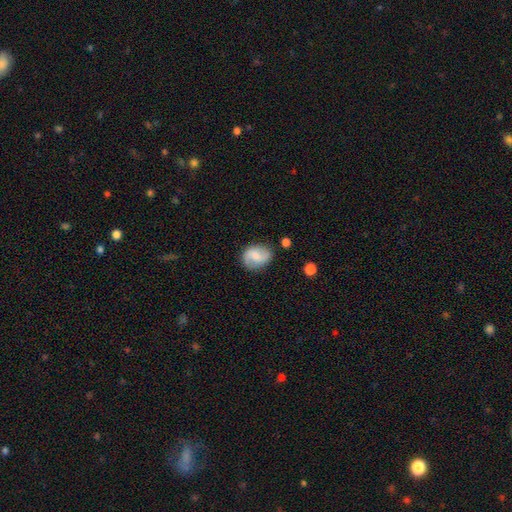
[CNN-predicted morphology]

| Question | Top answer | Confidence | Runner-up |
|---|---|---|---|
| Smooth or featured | featured or disk | 53% | smooth (39%) |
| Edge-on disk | no | 97% | yes (3%) |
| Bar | weak | 48% | no (37%) |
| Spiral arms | yes | 90% | no (10%) |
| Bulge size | none | 35% | small (28%) |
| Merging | none | 75% | minor disturbance (17%) |